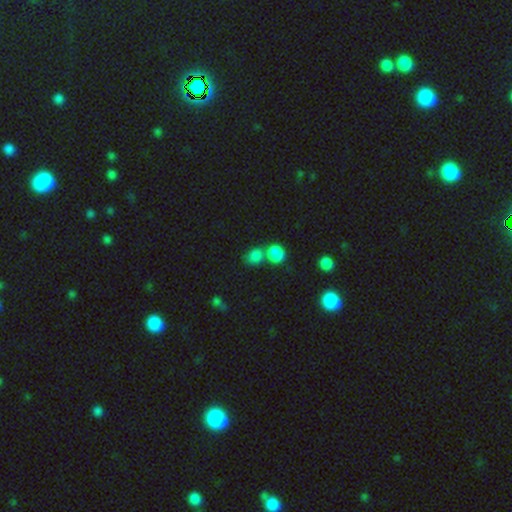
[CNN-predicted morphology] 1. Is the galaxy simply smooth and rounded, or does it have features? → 82% smooth, 12% star or artifact, 6% featured or disk.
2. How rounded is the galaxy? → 66% round, 33% in between, 1% cigar-shaped.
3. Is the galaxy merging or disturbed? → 46% none, 42% merger, 8% minor disturbance, 3% major disturbance.